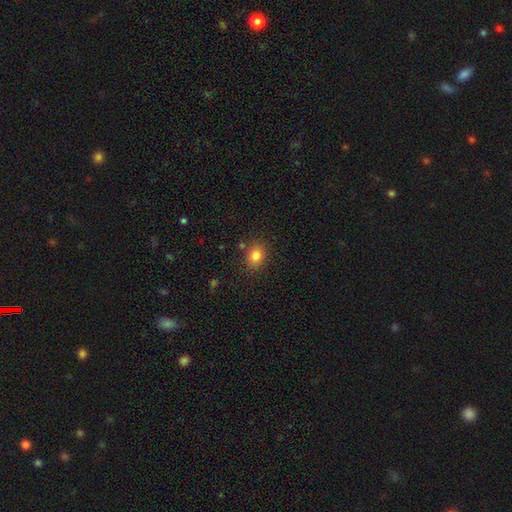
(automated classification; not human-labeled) A smooth galaxy with no disk features (82%) that is round (61%).

Vote fractions:
- Smooth or featured? smooth: 82% / star or artifact: 11% / featured or disk: 6%
- How rounded? round: 61% / in between: 38% / cigar-shaped: 1%
- Merging? none: 83% / minor disturbance: 10% / merger: 4% / major disturbance: 3%